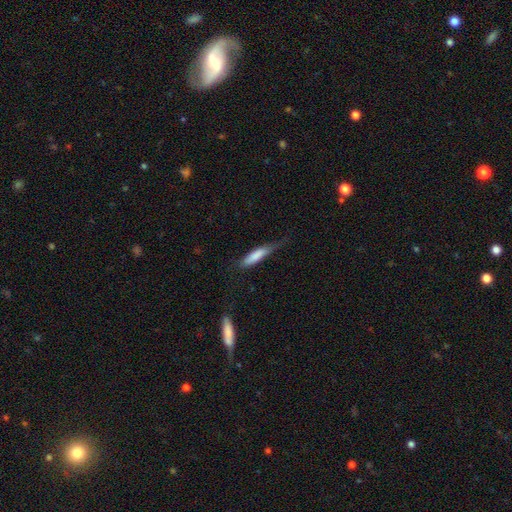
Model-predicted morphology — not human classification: smooth-or-featured: smooth: 78% | featured or disk: 16% | star or artifact: 6%
  how-rounded: cigar-shaped: 74% | in between: 25% | round: 2%
  merging: none: 48% | minor disturbance: 34% | major disturbance: 15% | merger: 2%